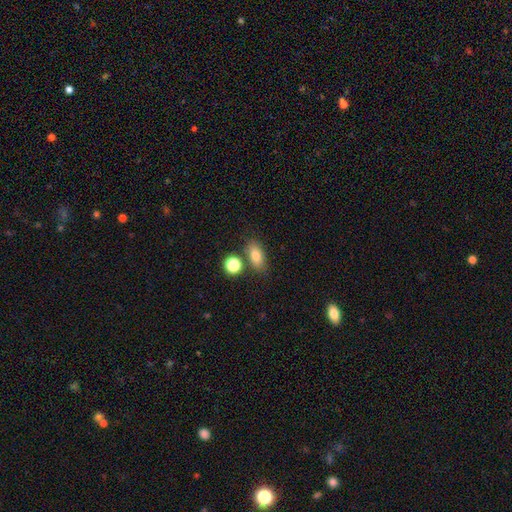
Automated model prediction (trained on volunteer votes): smooth_or_featured: smooth (p=0.79) [alt: featured or disk p=0.11]
how_rounded: in between (p=0.81) [alt: round p=0.13]
merging: none (p=0.72) [alt: merger p=0.13]